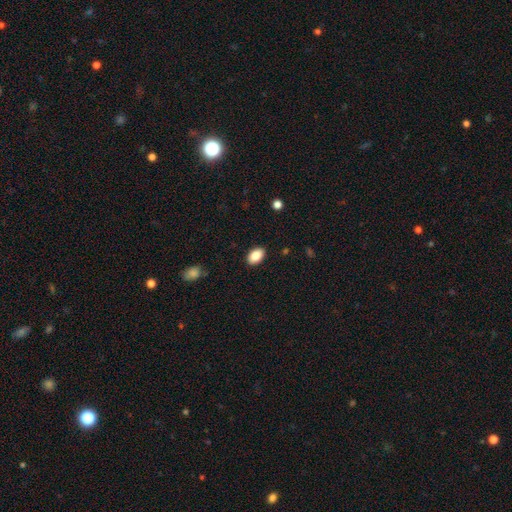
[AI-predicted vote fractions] Overall: smooth (87%). How rounded: in between (91%). Merging: none (89%).